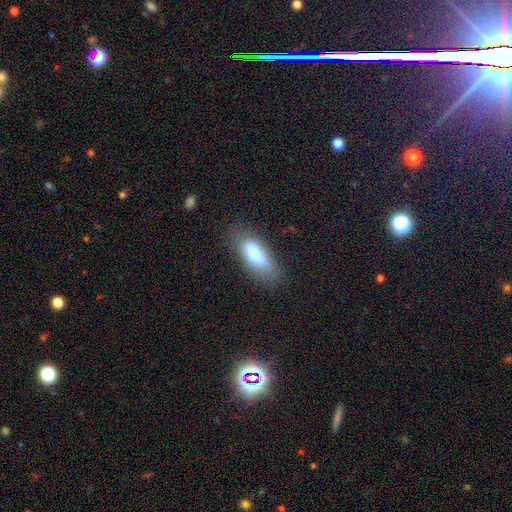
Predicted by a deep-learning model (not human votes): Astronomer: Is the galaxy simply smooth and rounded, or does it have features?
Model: smooth — 74%.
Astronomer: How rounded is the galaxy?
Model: in between — 72%.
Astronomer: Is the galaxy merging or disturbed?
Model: none — 67%.